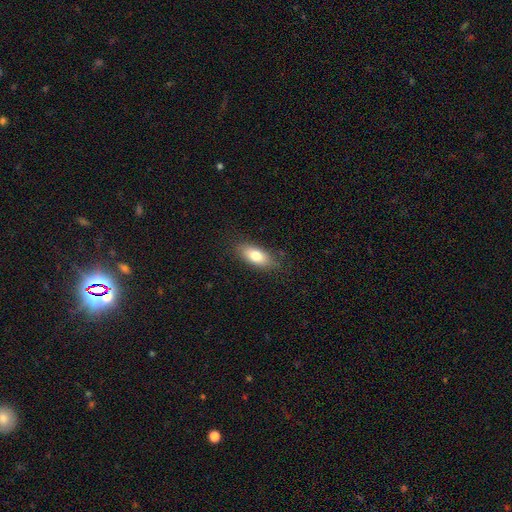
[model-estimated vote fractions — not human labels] Overall: smooth (77%). How rounded: in between (80%). Merging: none (83%).